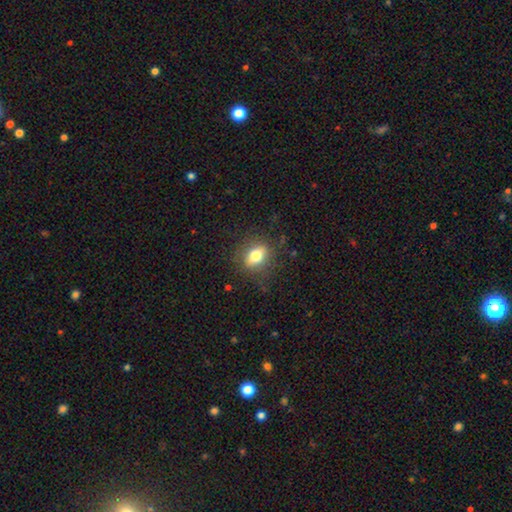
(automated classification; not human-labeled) smooth 69%, featured or disk 21%, star or artifact 10%. Down the decision tree: how rounded — in between (66%); merging — none (81%).